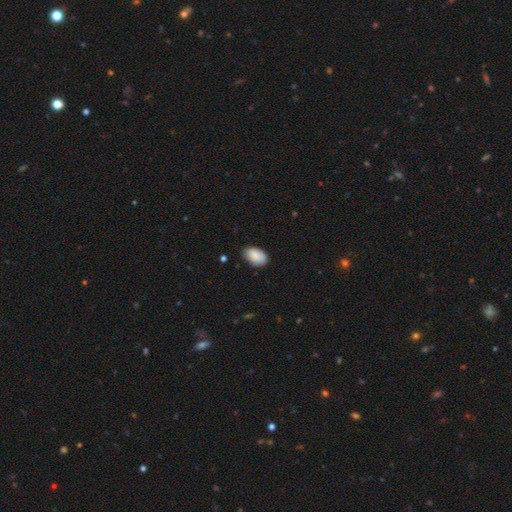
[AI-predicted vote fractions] A smooth galaxy with no disk features (89%) that is in between round and cigar-shaped (93%).

Vote fractions:
- Smooth or featured? smooth: 89% / star or artifact: 6% / featured or disk: 4%
- How rounded? in between: 93% / round: 6% / cigar-shaped: 1%
- Merging? none: 81% / minor disturbance: 16% / major disturbance: 2% / merger: 1%